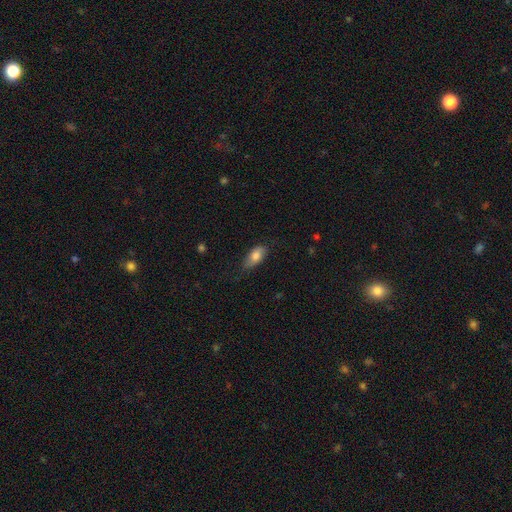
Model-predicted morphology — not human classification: Smooth or featured? smooth (78%)
How rounded? in between (87%)
Merging? none (65%)